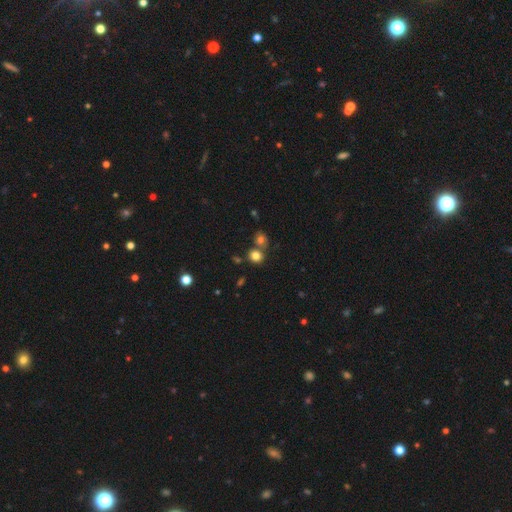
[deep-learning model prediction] Q: Smooth or featured?
A: smooth (79%); runner-up: star or artifact (14%)
Q: How rounded?
A: round (79%); runner-up: in between (20%)
Q: Merging?
A: none (61%); runner-up: merger (27%)